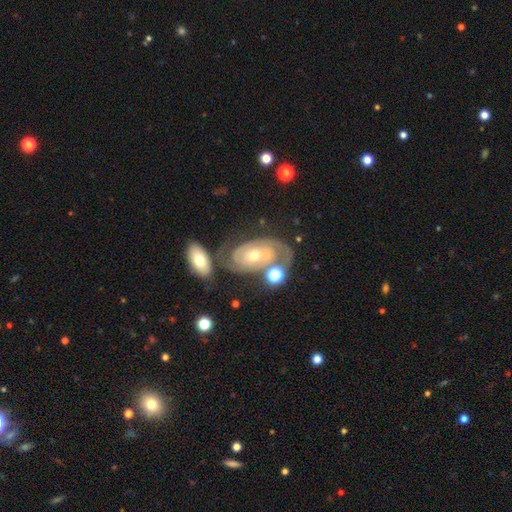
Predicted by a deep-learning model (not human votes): Smooth or featured: featured or disk — 80% (smooth — 13%)
Edge-on disk: no — 96% (yes — 4%)
Bar: no — 77% (weak — 18%)
Spiral arms: yes — 87% (no — 13%)
Spiral winding: tight — 60% (medium — 30%)
Spiral arm count: 2 — 55% (can't tell — 25%)
Bulge size: moderate — 53% (small — 42%)
Merging: none — 46% (merger — 23%)